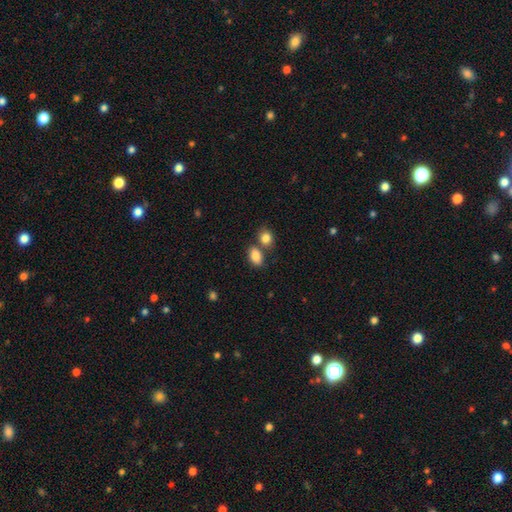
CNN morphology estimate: smooth_or_featured: smooth (p=0.86) [alt: star or artifact p=0.08]
how_rounded: in between (p=0.84) [alt: round p=0.14]
merging: none (p=0.55) [alt: merger p=0.30]